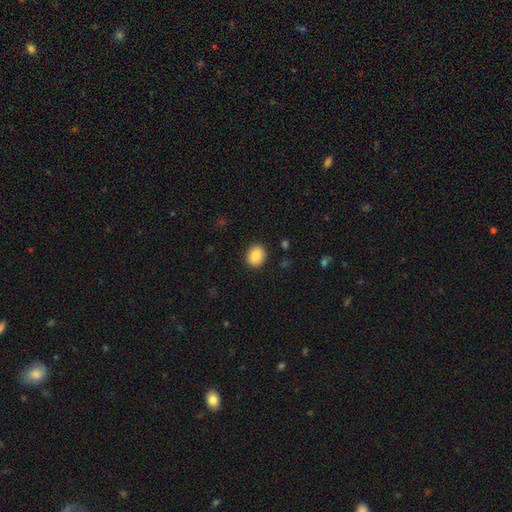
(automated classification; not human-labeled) The model was most divided on "how rounded": round: 55%, in between: 44%, cigar-shaped: 1%. More confident: merging — none (90%); smooth or featured — smooth (88%).